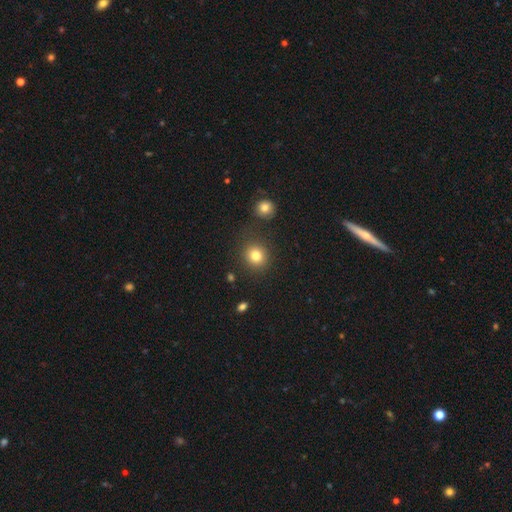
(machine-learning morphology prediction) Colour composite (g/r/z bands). It shows a smooth galaxy with no disk features (81%) that is round (82%). Merging: none (84%).